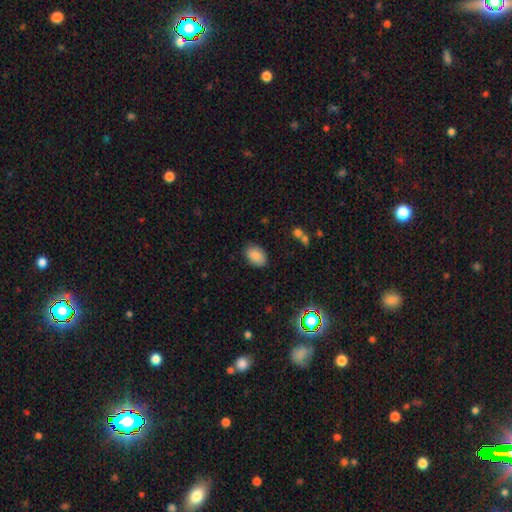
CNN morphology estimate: This is clearly a smooth galaxy (86%). How rounded: clearly in between (87%). Merging: clearly none (85%).